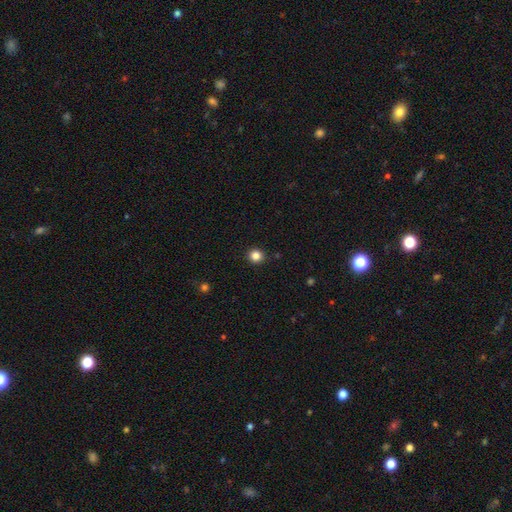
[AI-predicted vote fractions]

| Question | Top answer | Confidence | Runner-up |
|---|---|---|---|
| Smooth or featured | smooth | 84% | star or artifact (12%) |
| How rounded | round | 91% | in between (8%) |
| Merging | none | 92% | minor disturbance (5%) |